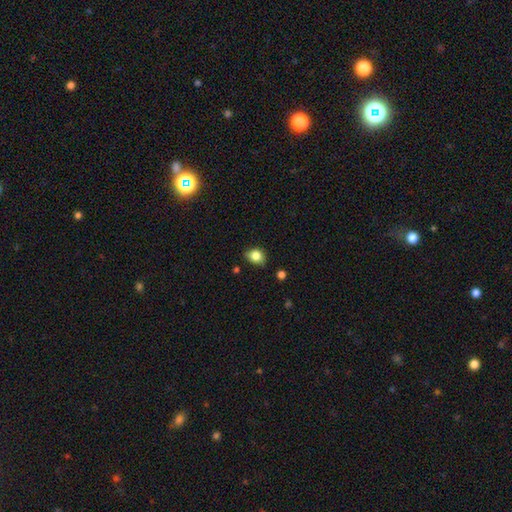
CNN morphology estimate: A smooth galaxy with no disk features (83%) that is round (51%).

Vote fractions:
- Smooth or featured? smooth: 83% / star or artifact: 10% / featured or disk: 7%
- How rounded? round: 51% / in between: 48% / cigar-shaped: 1%
- Merging? none: 69% / minor disturbance: 24% / major disturbance: 4% / merger: 3%